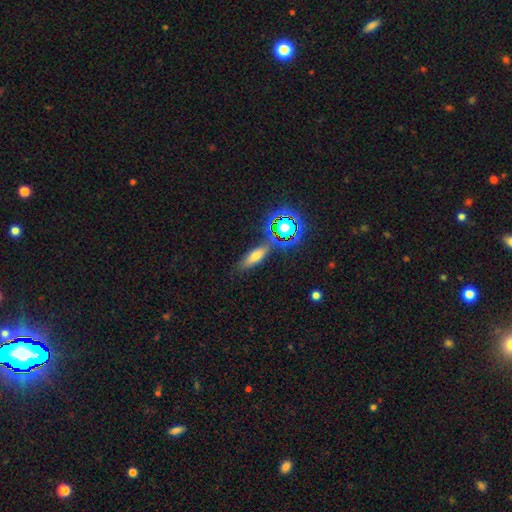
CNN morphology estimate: A smooth galaxy with no disk features (60%) that is cigar-shaped (49%). Merging: none (75%).